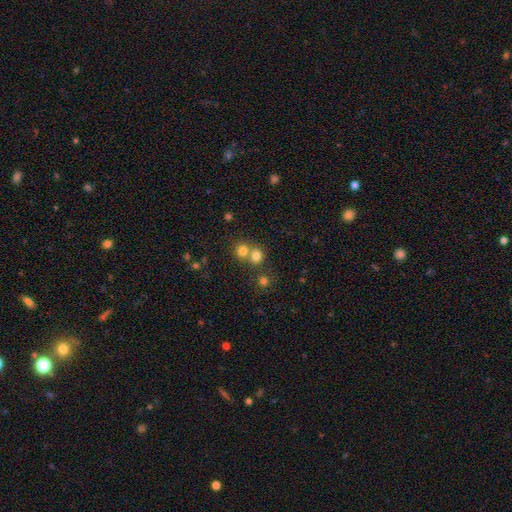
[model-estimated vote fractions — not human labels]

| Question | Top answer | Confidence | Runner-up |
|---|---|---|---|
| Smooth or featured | smooth | 76% | star or artifact (15%) |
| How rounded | round | 80% | in between (19%) |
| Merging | merger | 48% | none (44%) |